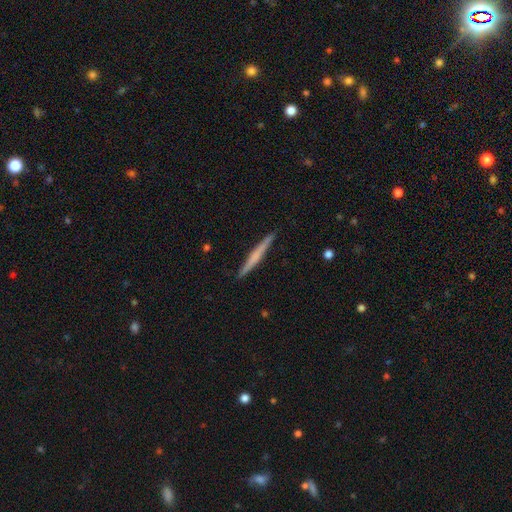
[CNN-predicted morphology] This is possibly a featured or disk galaxy (49%). Merging: clearly none (91%).